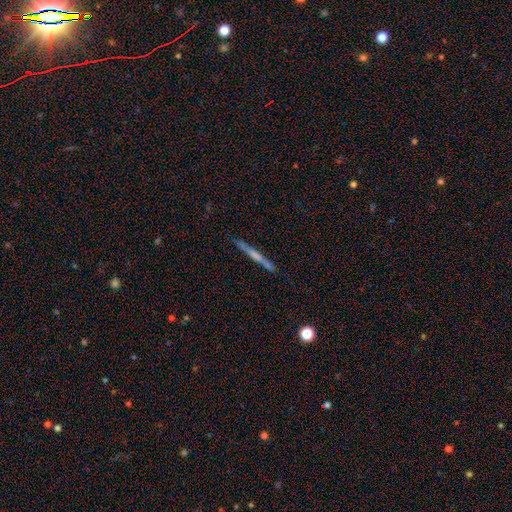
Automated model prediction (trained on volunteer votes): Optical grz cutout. It shows a featured or disk galaxy (55%) viewed edge-on (96%) with no central bulge (60%). Merging: none (86%).